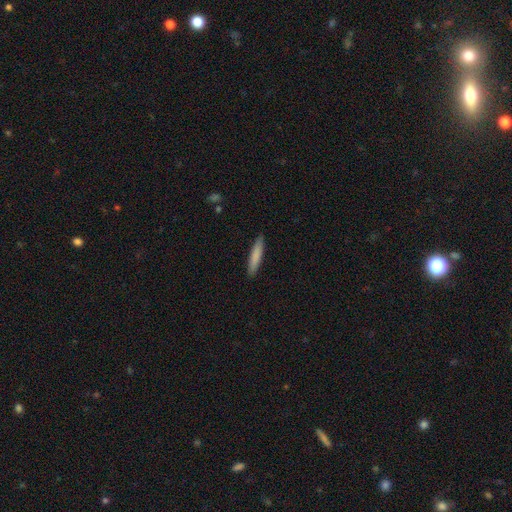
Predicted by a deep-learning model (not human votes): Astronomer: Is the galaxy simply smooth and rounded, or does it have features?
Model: smooth — 82%.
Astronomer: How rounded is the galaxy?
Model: cigar-shaped — 89%.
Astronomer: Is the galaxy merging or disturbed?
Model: none — 90%.